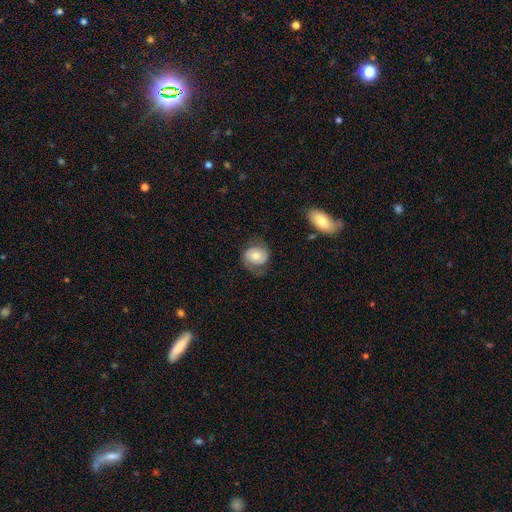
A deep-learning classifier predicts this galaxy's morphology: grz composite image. It shows a smooth galaxy with no disk features (50%). Merging: none (62%).